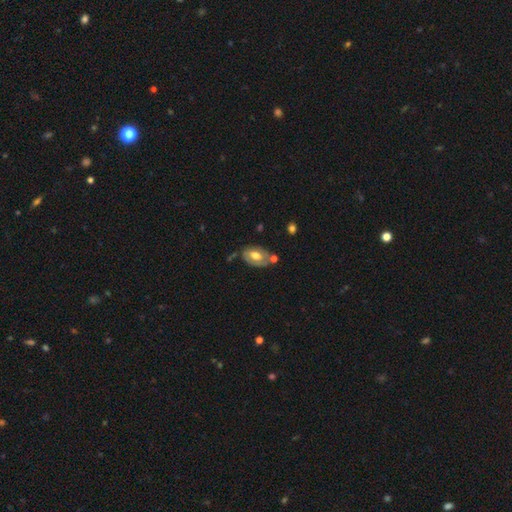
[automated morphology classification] This appears to be a smooth galaxy with no disk features (50%). Merging: none (57%).